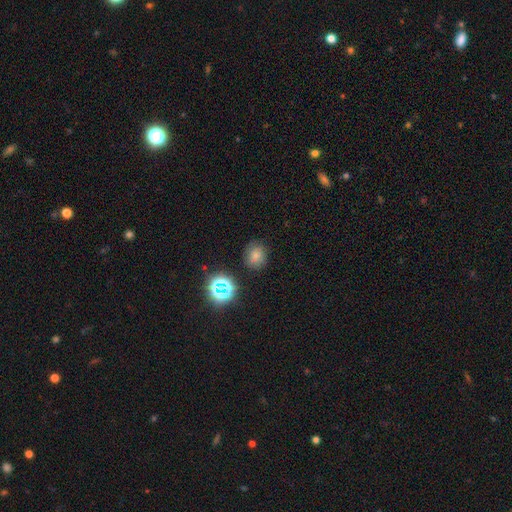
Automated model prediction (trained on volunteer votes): smooth_or_featured: smooth (p=0.71) [alt: star or artifact p=0.20]
how_rounded: round (p=0.70) [alt: in between p=0.29]
merging: none (p=0.78) [alt: minor disturbance p=0.15]